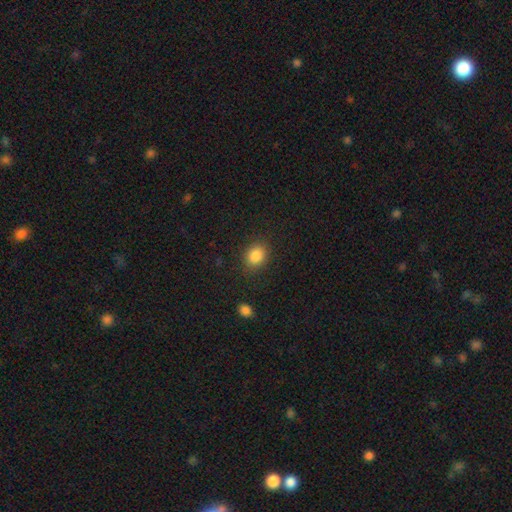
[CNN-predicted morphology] The model was most divided on "how rounded": round: 57%, in between: 42%, cigar-shaped: 1%. More confident: merging — none (86%); smooth or featured — smooth (86%).